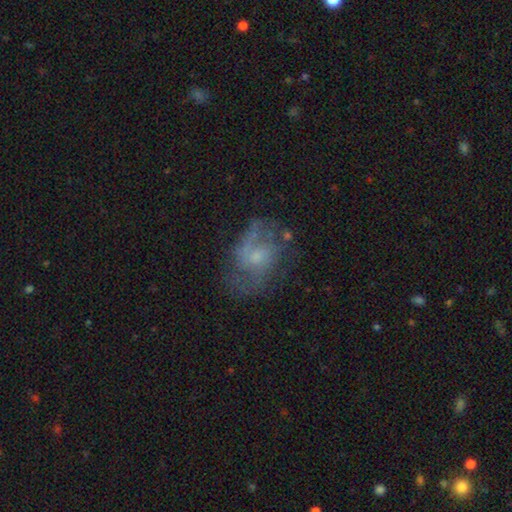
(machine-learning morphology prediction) Q: Smooth or featured?
A: featured or disk (68%); runner-up: smooth (22%)
Q: Edge-on disk?
A: no (97%); runner-up: yes (3%)
Q: Bar?
A: no (63%); runner-up: weak (33%)
Q: Spiral arms?
A: yes (80%); runner-up: no (20%)
Q: Spiral winding?
A: medium (45%); runner-up: loose (39%)
Q: Spiral arm count?
A: 2 (58%); runner-up: can't tell (22%)
Q: Bulge size?
A: small (55%); runner-up: moderate (28%)
Q: Merging?
A: none (57%); runner-up: minor disturbance (21%)